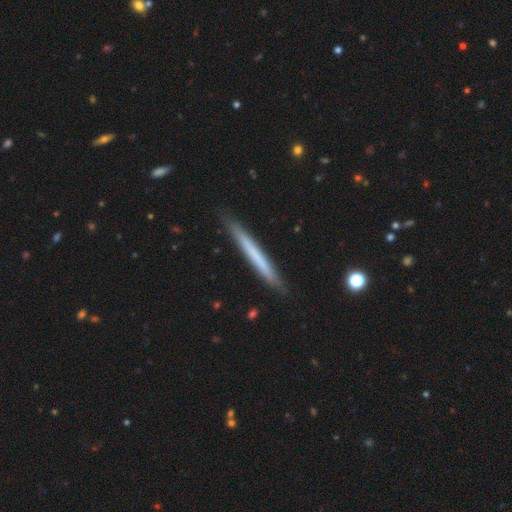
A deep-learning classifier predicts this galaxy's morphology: Smooth or featured? smooth (58%)
How rounded? cigar-shaped (97%)
Merging? none (90%)